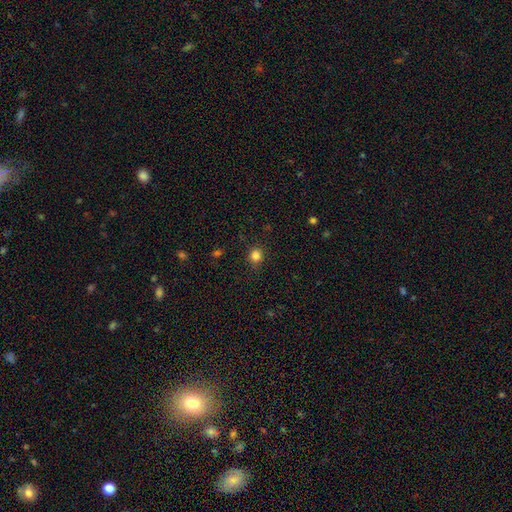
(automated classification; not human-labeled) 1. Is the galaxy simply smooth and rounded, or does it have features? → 83% smooth, 13% star or artifact, 4% featured or disk.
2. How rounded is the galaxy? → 87% round, 12% in between, 1% cigar-shaped.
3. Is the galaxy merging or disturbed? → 86% none, 10% minor disturbance, 3% major disturbance, 1% merger.